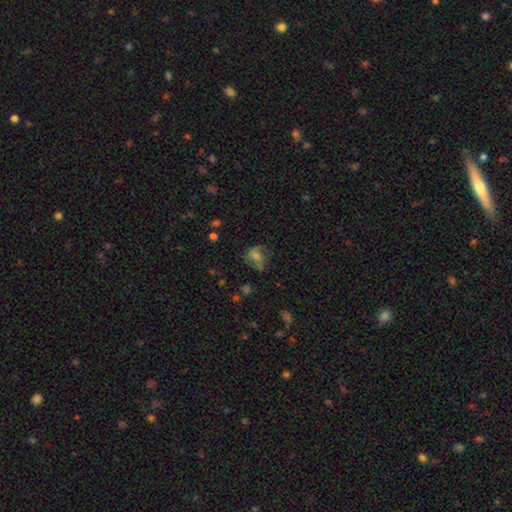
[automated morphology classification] smooth_or_featured: smooth (p=0.43) [alt: featured or disk p=0.40]
merging: none (p=0.53) [alt: minor disturbance p=0.23]